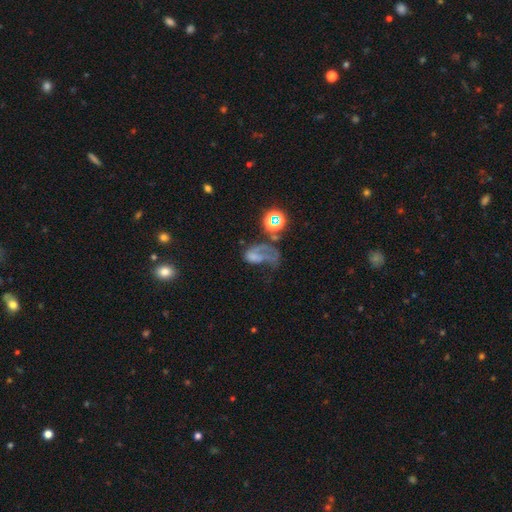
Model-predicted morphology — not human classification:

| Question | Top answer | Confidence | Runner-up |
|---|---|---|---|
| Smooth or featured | featured or disk | 45% | smooth (35%) |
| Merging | major disturbance | 57% | none (17%) |